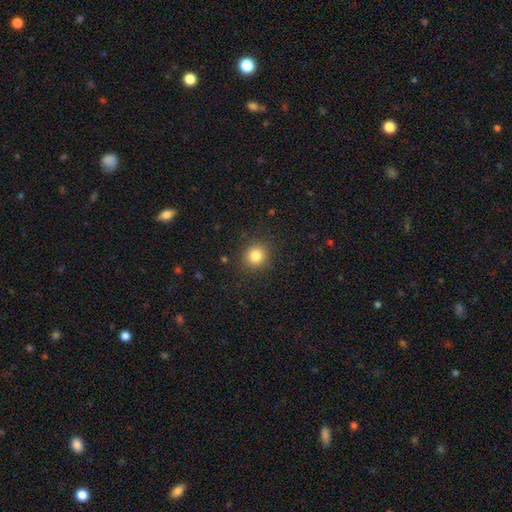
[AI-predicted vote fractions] Smooth or featured: smooth — 83% (star or artifact — 12%)
How rounded: round — 88% (in between — 11%)
Merging: none — 88% (minor disturbance — 8%)